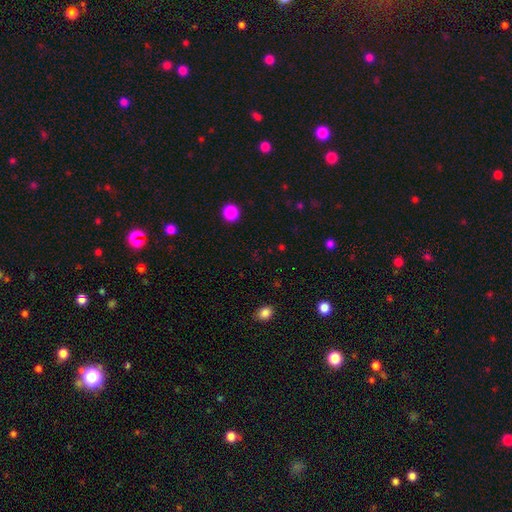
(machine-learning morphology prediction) smooth 64%, star or artifact 31%, featured or disk 6%. Down the decision tree: how rounded — round (81%); merging — none (86%).